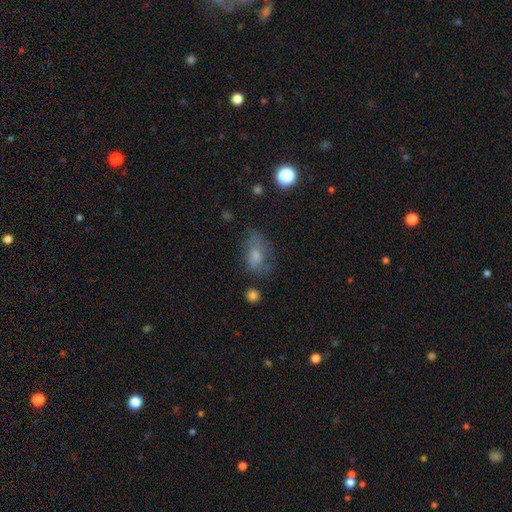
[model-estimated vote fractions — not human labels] smooth-or-featured: smooth: 50% | featured or disk: 32% | star or artifact: 18%
  how-rounded: in between: 80% | round: 16% | cigar-shaped: 3%
  merging: none: 54% | minor disturbance: 27% | major disturbance: 16% | merger: 3%